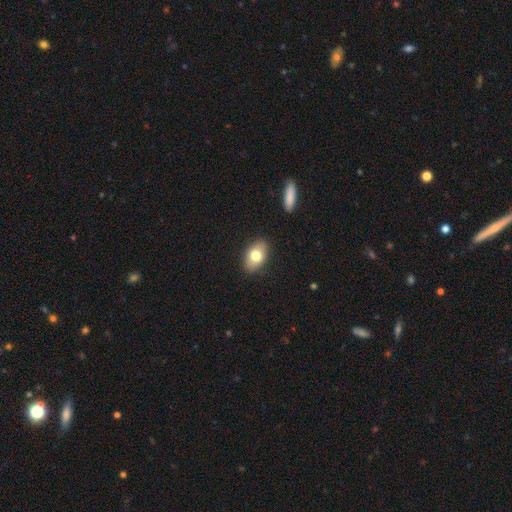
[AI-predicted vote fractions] A smooth galaxy with no disk features (78%) that is in between round and cigar-shaped (89%).

Vote fractions:
- Smooth or featured? smooth: 78% / featured or disk: 15% / star or artifact: 7%
- How rounded? in between: 89% / round: 9% / cigar-shaped: 1%
- Merging? none: 87% / minor disturbance: 9% / major disturbance: 2% / merger: 1%